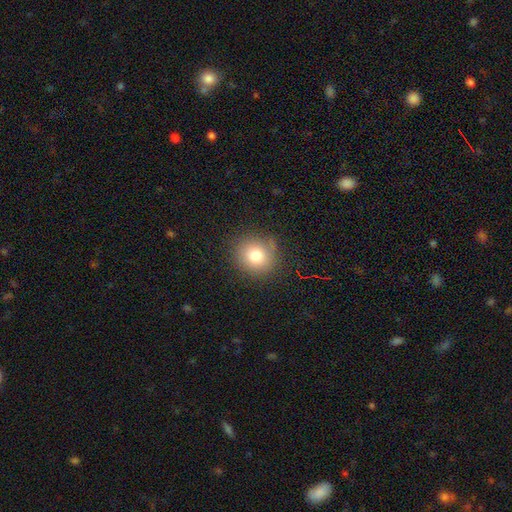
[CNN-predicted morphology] type=smooth (78%); roundness=round (89%); merging=none (82%).